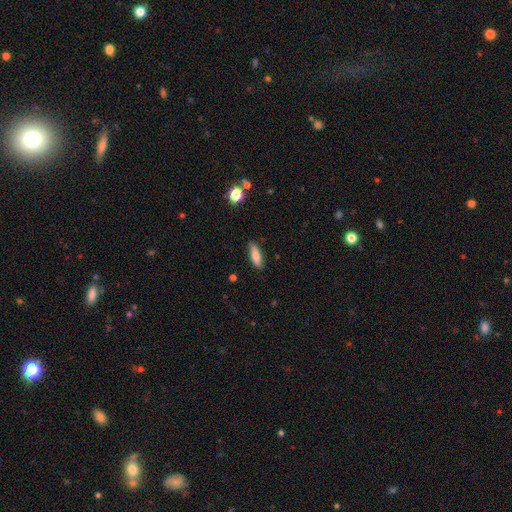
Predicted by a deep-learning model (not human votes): This appears to be a smooth galaxy with no disk features (78%) that is in between round and cigar-shaped (50%). Merging: none (80%).